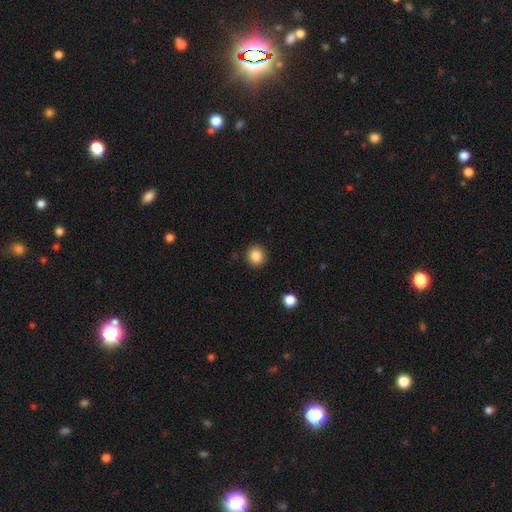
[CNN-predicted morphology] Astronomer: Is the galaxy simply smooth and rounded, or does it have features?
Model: smooth — 86%.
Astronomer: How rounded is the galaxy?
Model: round — 89%.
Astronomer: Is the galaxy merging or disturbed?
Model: none — 91%.